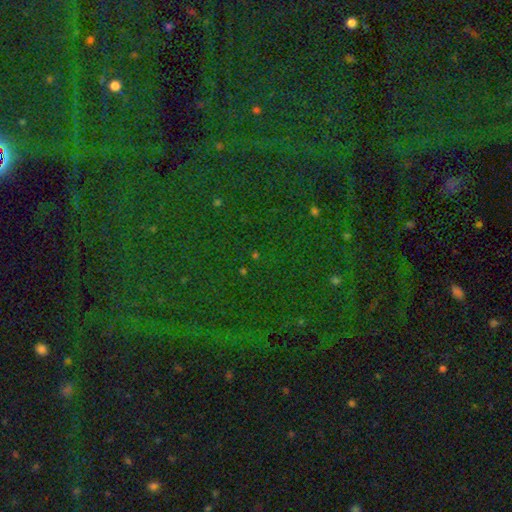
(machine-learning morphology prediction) This is likely a star or artifact rather than a galaxy (75%).